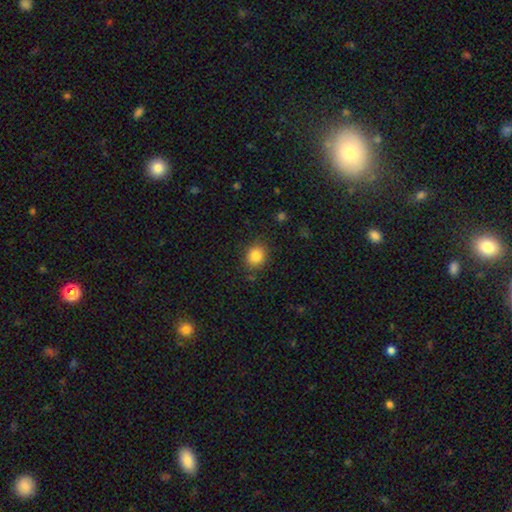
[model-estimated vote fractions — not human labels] Smooth or featured?
  - smooth: 85% *
  - star or artifact: 10%
  - featured or disk: 5%
How rounded?
  - round: 70% *
  - in between: 30%
  - cigar-shaped: 1%
Merging?
  - none: 85% *
  - minor disturbance: 10%
  - major disturbance: 3%
  - merger: 2%